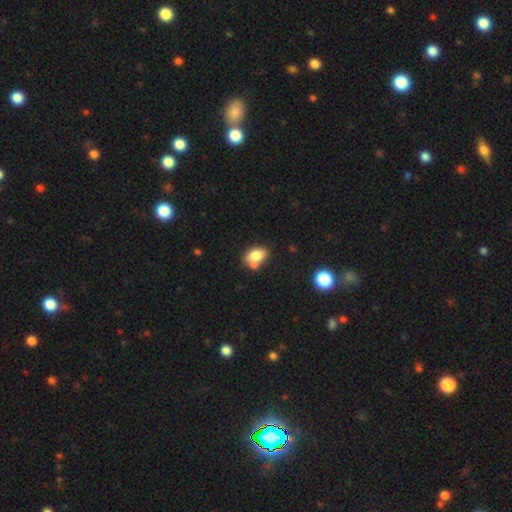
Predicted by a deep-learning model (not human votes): Smooth or featured?
  - smooth: 75% *
  - featured or disk: 16%
  - star or artifact: 9%
How rounded?
  - in between: 84% *
  - round: 14%
  - cigar-shaped: 2%
Merging?
  - none: 45% *
  - merger: 35%
  - minor disturbance: 15%
  - major disturbance: 5%